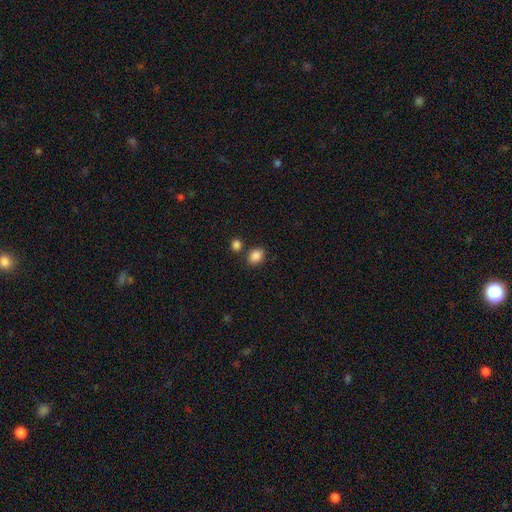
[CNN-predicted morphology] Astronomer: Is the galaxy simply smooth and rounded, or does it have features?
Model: smooth — 87%.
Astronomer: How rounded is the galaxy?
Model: in between — 66%.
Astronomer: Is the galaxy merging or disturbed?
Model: none — 75%.